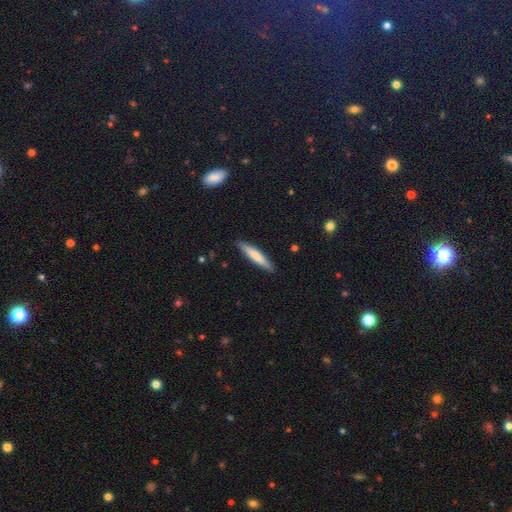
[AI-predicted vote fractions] Smooth or featured? Predicted: smooth (p=0.71). How rounded? Predicted: cigar-shaped (p=0.90). Merging? Predicted: none (p=0.89).